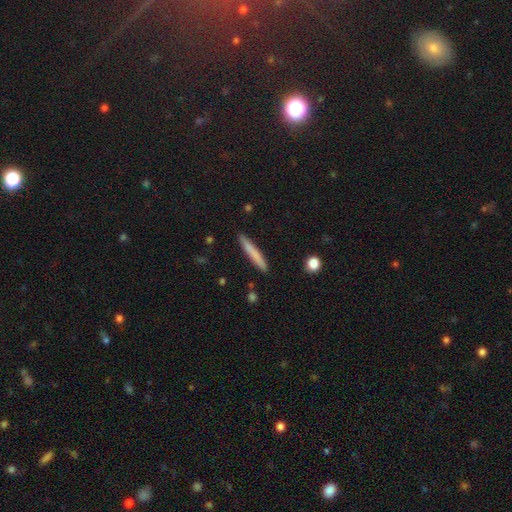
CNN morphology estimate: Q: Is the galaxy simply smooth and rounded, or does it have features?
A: smooth — 74%.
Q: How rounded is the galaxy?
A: cigar-shaped — 96%.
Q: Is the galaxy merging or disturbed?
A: none — 90%.